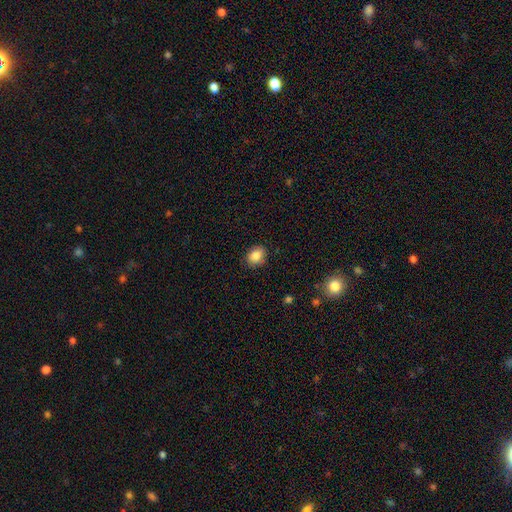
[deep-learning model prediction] This is clearly a smooth galaxy (86%). How rounded: possibly in between (51%). Merging: clearly none (86%).